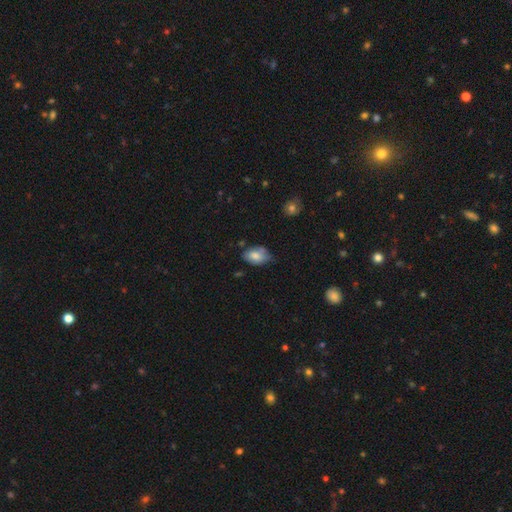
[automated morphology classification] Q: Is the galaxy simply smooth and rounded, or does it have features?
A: smooth — 75%.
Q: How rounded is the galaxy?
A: in between — 88%.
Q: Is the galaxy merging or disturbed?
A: none — 50%.